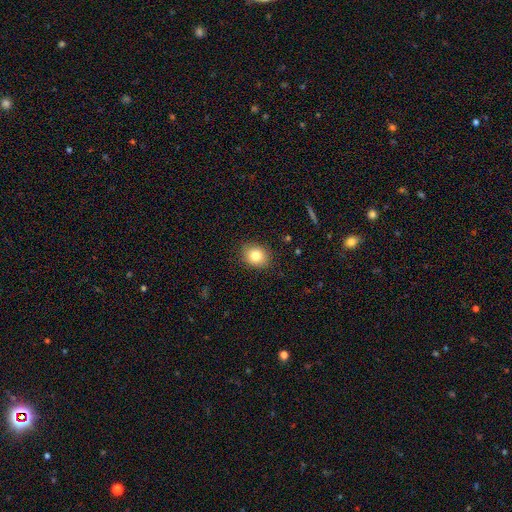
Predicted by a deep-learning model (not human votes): smooth_or_featured: smooth (p=0.82) [alt: star or artifact p=0.10]
how_rounded: round (p=0.58) [alt: in between p=0.41]
merging: none (p=0.88) [alt: minor disturbance p=0.09]